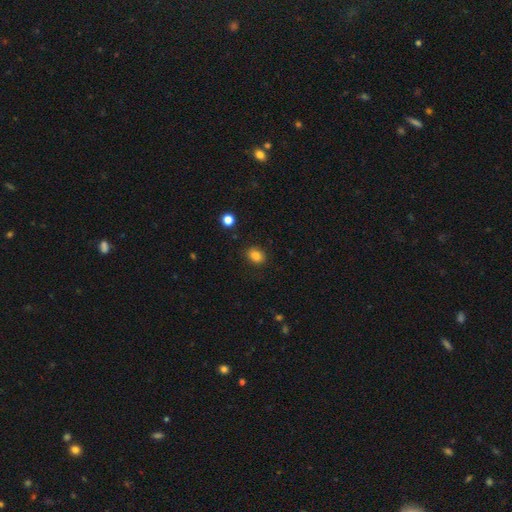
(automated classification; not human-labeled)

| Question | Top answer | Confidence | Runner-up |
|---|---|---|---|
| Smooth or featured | smooth | 84% | star or artifact (11%) |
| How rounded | in between | 51% | round (48%) |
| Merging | none | 87% | minor disturbance (9%) |